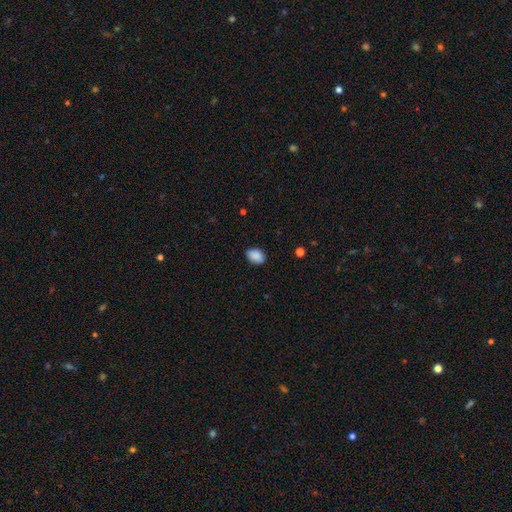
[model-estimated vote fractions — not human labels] smooth-or-featured: smooth: 89% | star or artifact: 8% | featured or disk: 4%
  how-rounded: in between: 78% | round: 21% | cigar-shaped: 1%
  merging: none: 85% | minor disturbance: 12% | major disturbance: 2% | merger: 1%